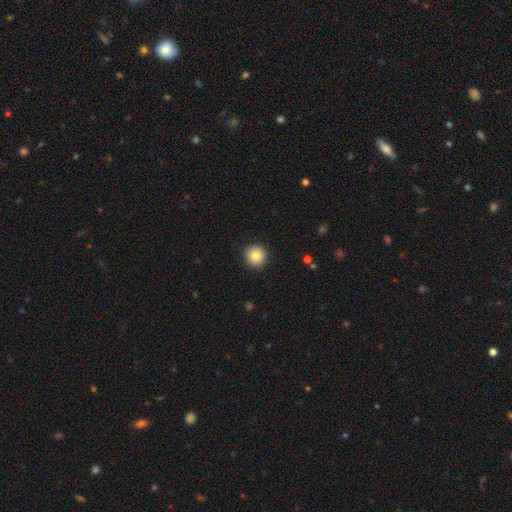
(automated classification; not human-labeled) This is clearly a smooth galaxy (82%). How rounded: clearly round (96%). Merging: clearly none (93%).